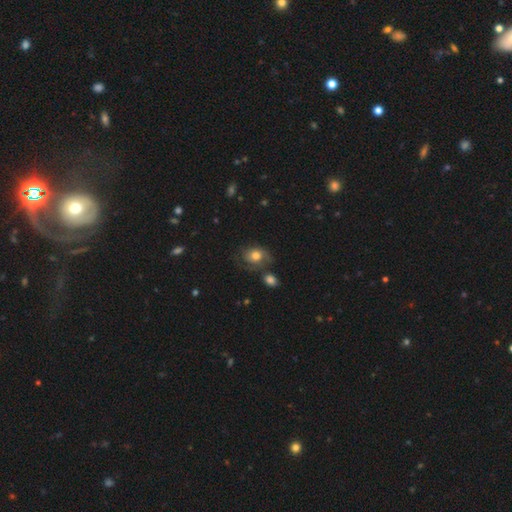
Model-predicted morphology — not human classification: Smooth or featured: featured or disk — 55% (smooth — 36%)
Edge-on disk: no — 97% (yes — 3%)
Bar: no — 80% (weak — 18%)
Spiral arms: yes — 86% (no — 14%)
Bulge size: moderate — 56% (large — 29%)
Merging: none — 53% (minor disturbance — 23%)